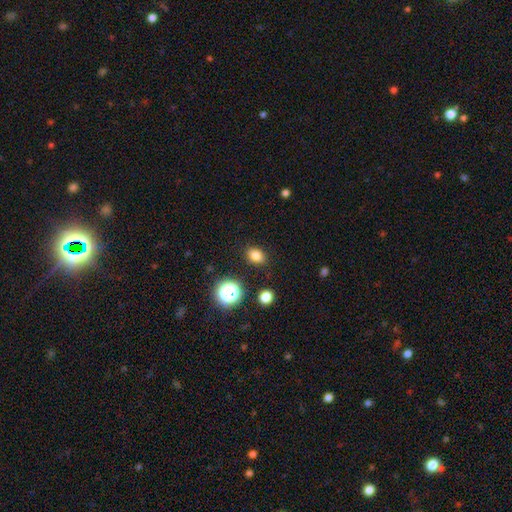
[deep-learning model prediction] This is clearly a smooth galaxy (80%). How rounded: likely in between (65%). Merging: clearly none (86%).